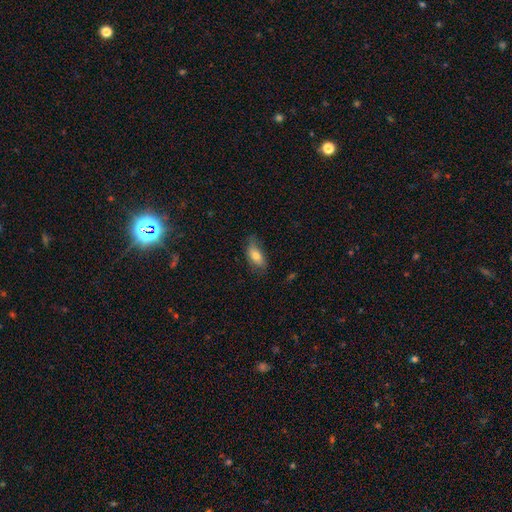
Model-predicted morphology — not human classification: Smooth or featured?
  - smooth: 74% *
  - featured or disk: 19%
  - star or artifact: 7%
How rounded?
  - in between: 84% *
  - cigar-shaped: 12%
  - round: 4%
Merging?
  - none: 63% *
  - minor disturbance: 28%
  - major disturbance: 8%
  - merger: 1%